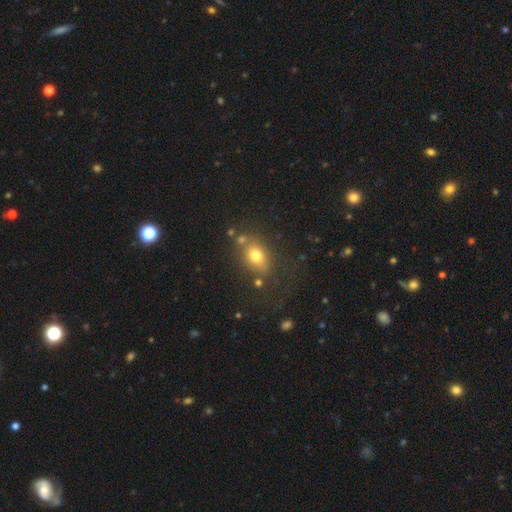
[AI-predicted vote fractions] Smooth or featured? Predicted: smooth (p=0.74). How rounded? Predicted: in between (p=0.68). Merging? Predicted: none (p=0.65).